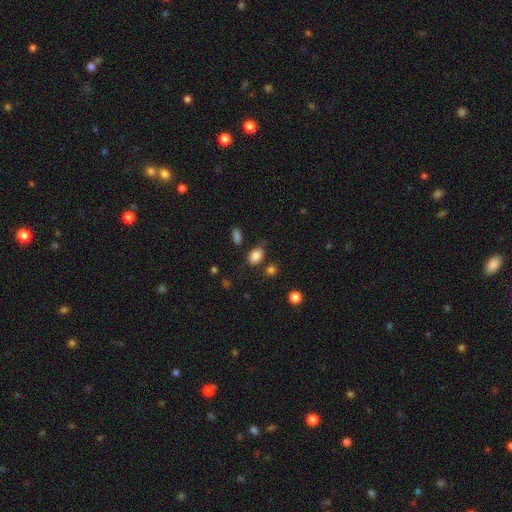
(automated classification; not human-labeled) A smooth galaxy with no disk features (85%) that is in between round and cigar-shaped (78%).

Vote fractions:
- Smooth or featured? smooth: 85% / star or artifact: 10% / featured or disk: 5%
- How rounded? in between: 78% / round: 21% / cigar-shaped: 1%
- Merging? none: 71% / minor disturbance: 17% / merger: 6% / major disturbance: 6%